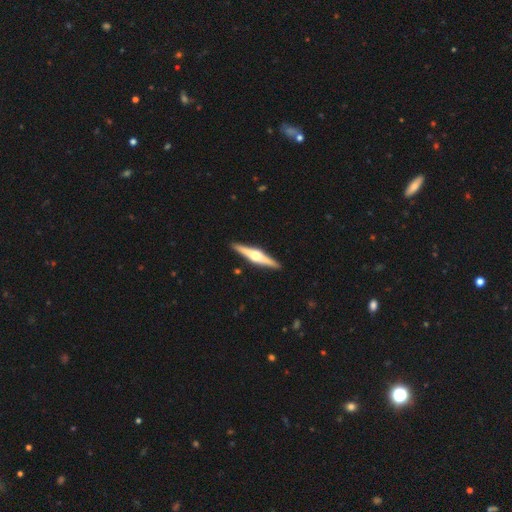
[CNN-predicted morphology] type=featured or disk (77%); edge-on=yes (98%); edge-on bulge=rounded (94%); merging=none (92%).